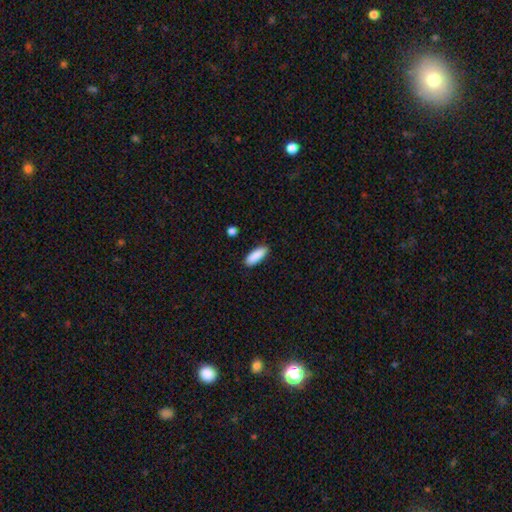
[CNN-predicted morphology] Smooth or featured? Predicted: smooth (p=0.89). How rounded? Predicted: in between (p=0.66). Merging? Predicted: none (p=0.87).